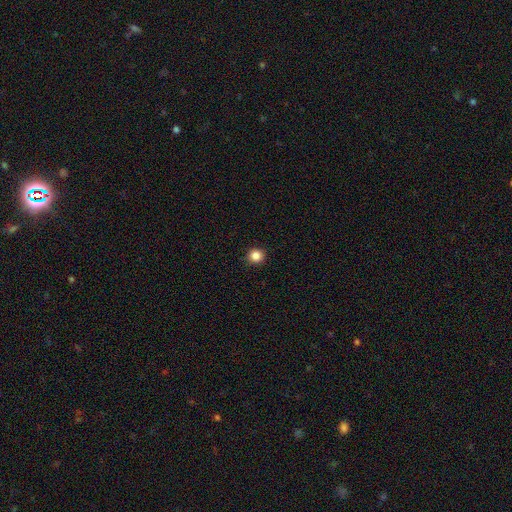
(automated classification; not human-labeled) The model was most divided on "smooth or featured": smooth: 85%, star or artifact: 11%, featured or disk: 4%. More confident: how rounded — round (93%); merging — none (92%).